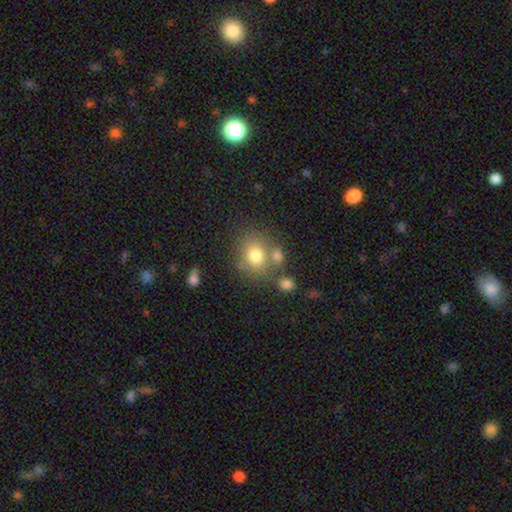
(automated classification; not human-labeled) A smooth galaxy with no disk features (75%) that is round (72%).

Vote fractions:
- Smooth or featured? smooth: 75% / featured or disk: 13% / star or artifact: 12%
- How rounded? round: 72% / in between: 27% / cigar-shaped: 1%
- Merging? none: 62% / merger: 19% / minor disturbance: 13% / major disturbance: 5%